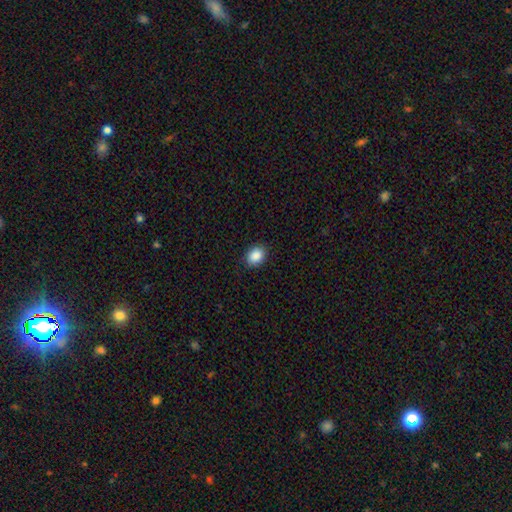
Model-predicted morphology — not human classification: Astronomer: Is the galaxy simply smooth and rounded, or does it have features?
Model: smooth — 88%.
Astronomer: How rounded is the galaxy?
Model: in between — 58% (runner-up: round, 41%).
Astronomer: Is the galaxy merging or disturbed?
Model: none — 89%.